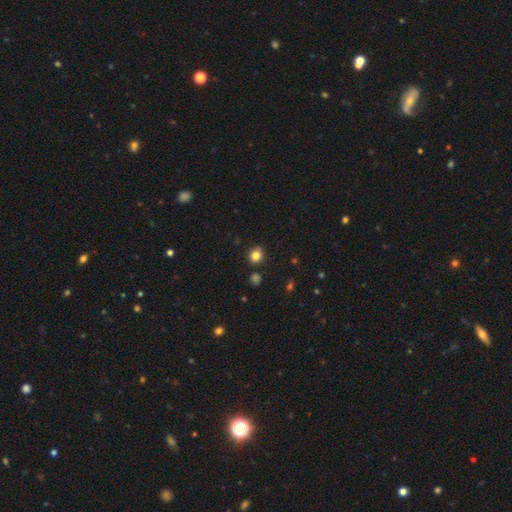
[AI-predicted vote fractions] A smooth galaxy with no disk features (83%) that is round (70%).

Vote fractions:
- Smooth or featured? smooth: 83% / star or artifact: 12% / featured or disk: 5%
- How rounded? round: 70% / in between: 29% / cigar-shaped: 1%
- Merging? none: 81% / minor disturbance: 13% / merger: 3% / major disturbance: 3%